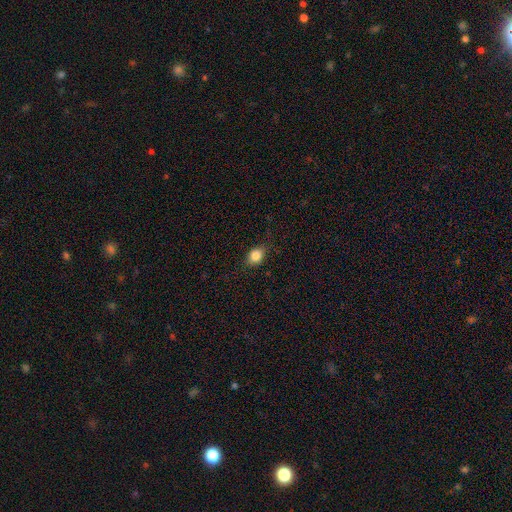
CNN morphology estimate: Smooth or featured? Predicted: smooth (p=0.84). How rounded? Predicted: in between (p=0.57). Merging? Predicted: none (p=0.78).